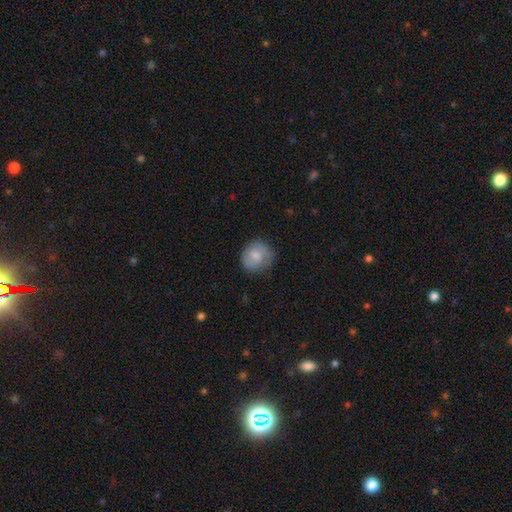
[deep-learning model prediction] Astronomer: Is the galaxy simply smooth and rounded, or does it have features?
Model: smooth — 66%.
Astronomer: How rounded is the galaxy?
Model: round — 82%.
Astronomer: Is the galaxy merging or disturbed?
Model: none — 74%.